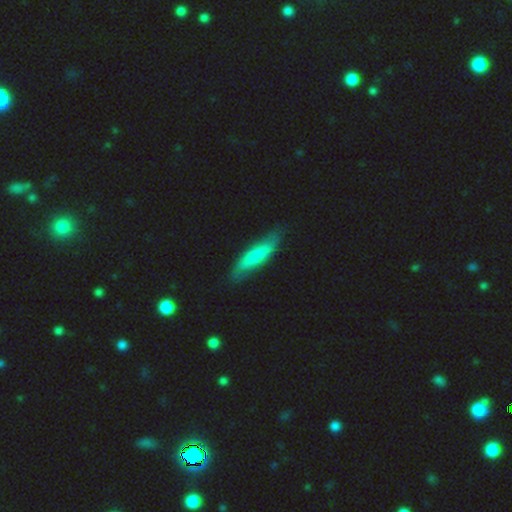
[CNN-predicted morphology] A smooth galaxy with no disk features (62%) that is cigar-shaped (70%).

Vote fractions:
- Smooth or featured? smooth: 62% / featured or disk: 32% / star or artifact: 6%
- How rounded? cigar-shaped: 70% / in between: 28% / round: 2%
- Merging? none: 74% / minor disturbance: 19% / major disturbance: 5% / merger: 2%